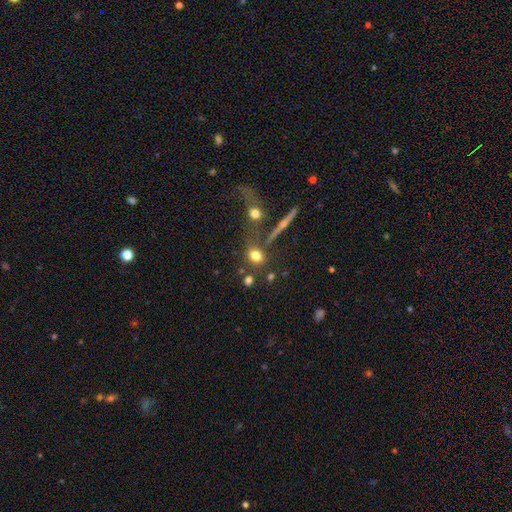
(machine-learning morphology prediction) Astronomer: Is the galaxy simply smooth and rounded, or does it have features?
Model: smooth — 70%.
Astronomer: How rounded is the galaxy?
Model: round — 69%.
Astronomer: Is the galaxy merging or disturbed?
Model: none — 60%.